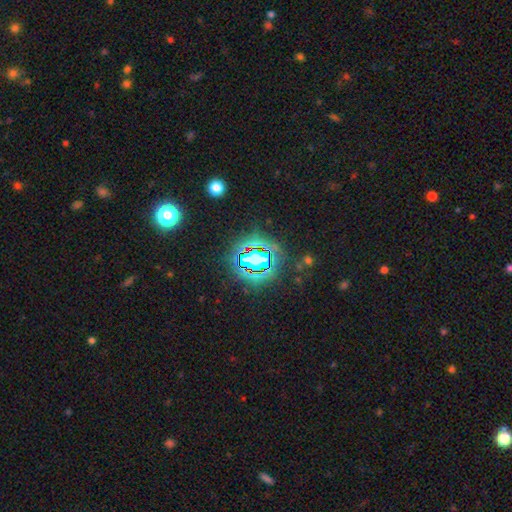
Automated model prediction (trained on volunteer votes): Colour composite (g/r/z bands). It shows a star or artifact, not a galaxy (80%).